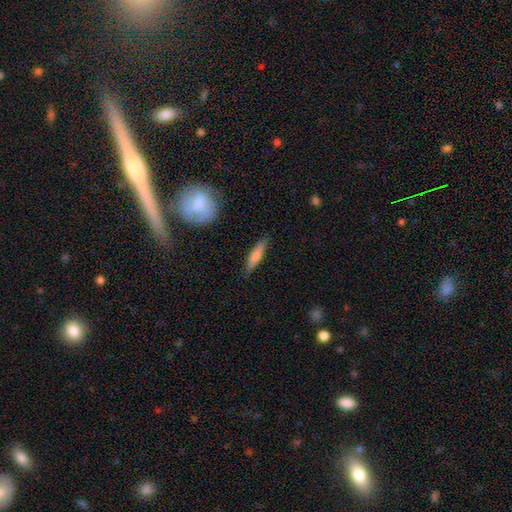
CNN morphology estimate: Smooth or featured? smooth (75%)
How rounded? cigar-shaped (83%)
Merging? none (85%)